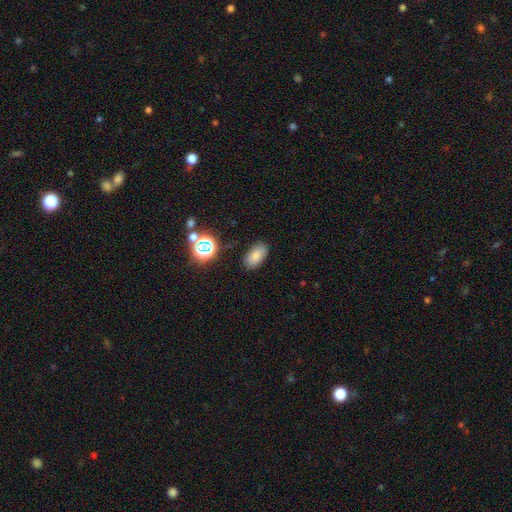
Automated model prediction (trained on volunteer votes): smooth_or_featured: smooth (p=0.80) [alt: star or artifact p=0.12]
how_rounded: in between (p=0.93) [alt: round p=0.05]
merging: none (p=0.85) [alt: minor disturbance p=0.10]